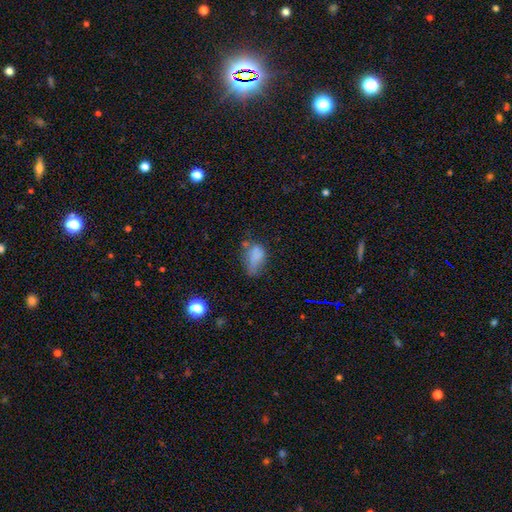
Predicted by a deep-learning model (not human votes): Smooth or featured: smooth — 68% (featured or disk — 19%)
How rounded: in between — 87% (round — 10%)
Merging: major disturbance — 31% (minor disturbance — 30%)